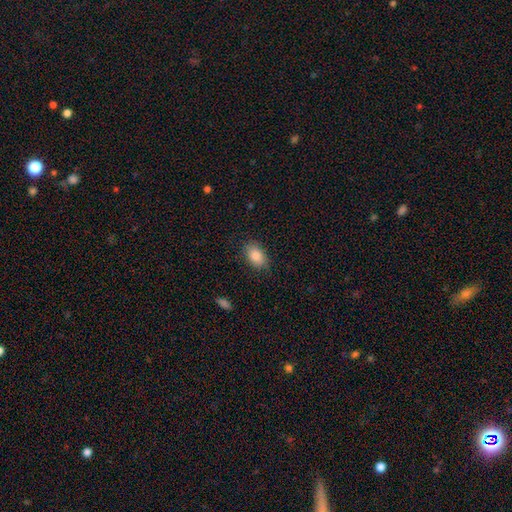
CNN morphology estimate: Smooth or featured? Predicted: smooth (p=0.86). How rounded? Predicted: in between (p=0.86). Merging? Predicted: none (p=0.82).